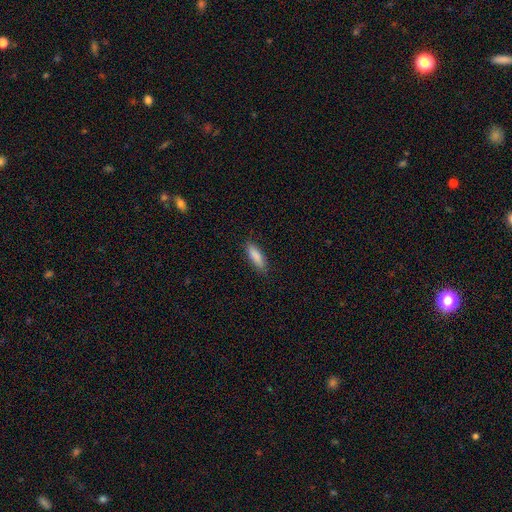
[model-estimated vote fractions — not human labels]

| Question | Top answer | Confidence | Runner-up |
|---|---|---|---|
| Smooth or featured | smooth | 87% | featured or disk (7%) |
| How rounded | cigar-shaped | 54% | in between (44%) |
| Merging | none | 86% | minor disturbance (11%) |